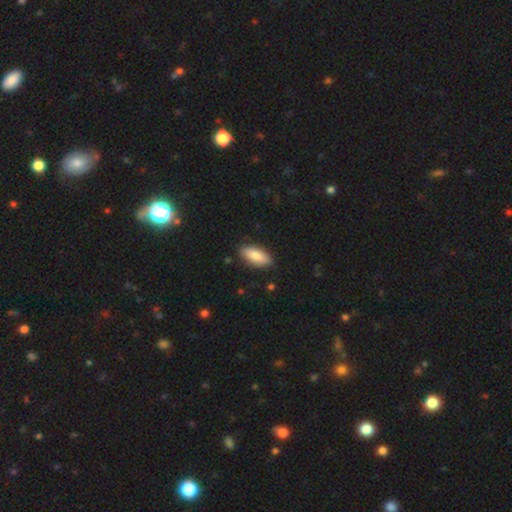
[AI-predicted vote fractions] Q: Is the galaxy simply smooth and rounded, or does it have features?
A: smooth — 84%.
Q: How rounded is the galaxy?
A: in between — 80%.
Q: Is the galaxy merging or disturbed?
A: none — 86%.